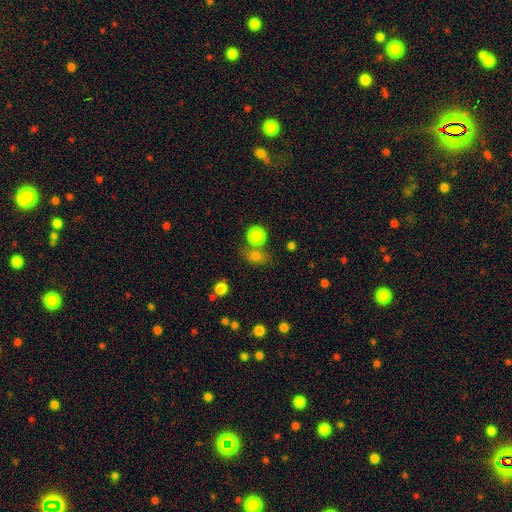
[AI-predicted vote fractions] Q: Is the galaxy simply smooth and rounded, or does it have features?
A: smooth — 78%.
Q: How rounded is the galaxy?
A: round — 55%.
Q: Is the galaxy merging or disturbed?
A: none — 58%.